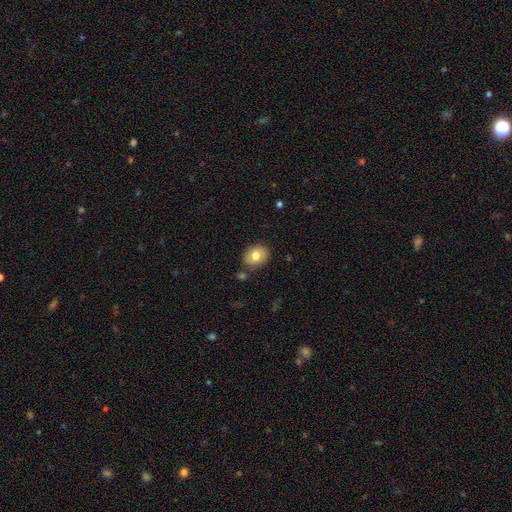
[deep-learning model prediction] Smooth or featured: smooth — 74% (featured or disk — 18%)
How rounded: round — 54% (in between — 45%)
Merging: none — 79% (minor disturbance — 13%)